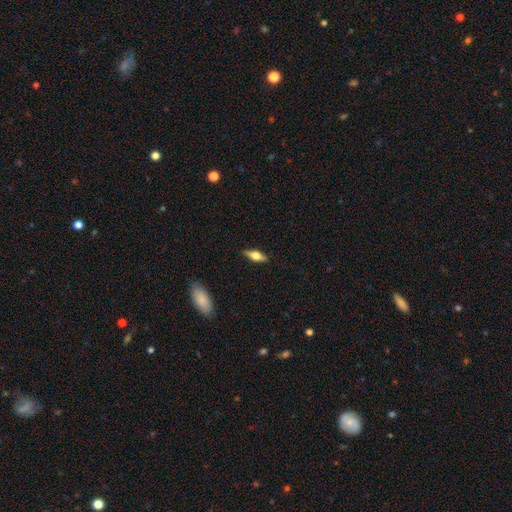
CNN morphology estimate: Smooth or featured? smooth (49%)
Merging? none (87%)